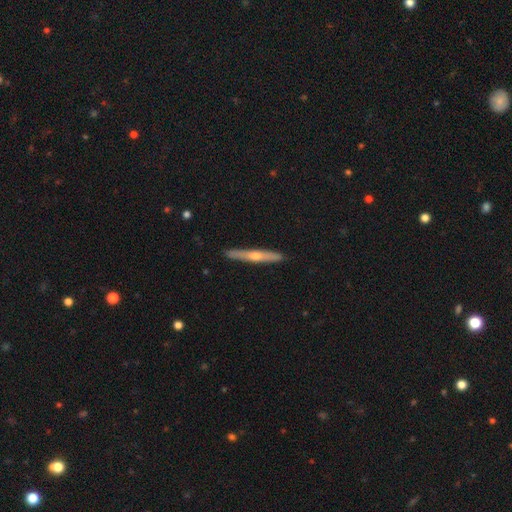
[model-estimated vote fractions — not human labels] Smooth or featured: featured or disk — 63% (smooth — 31%)
Edge-on disk: yes — 96% (no — 4%)
Edge-on bulge: rounded — 84% (none — 13%)
Merging: none — 91% (minor disturbance — 6%)